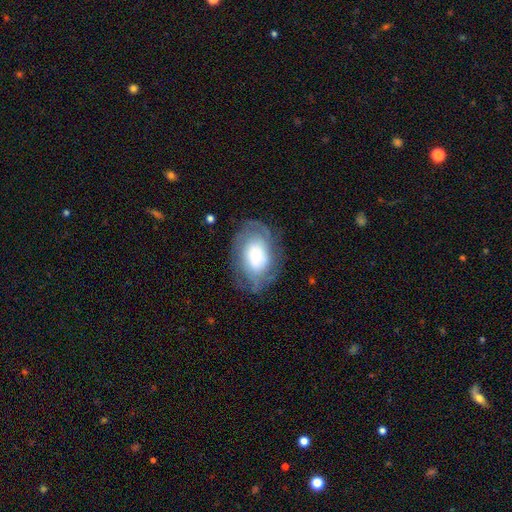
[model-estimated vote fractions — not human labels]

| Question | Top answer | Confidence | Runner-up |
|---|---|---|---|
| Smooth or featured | featured or disk | 52% | smooth (39%) |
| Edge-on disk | no | 95% | yes (5%) |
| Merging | none | 69% | minor disturbance (19%) |